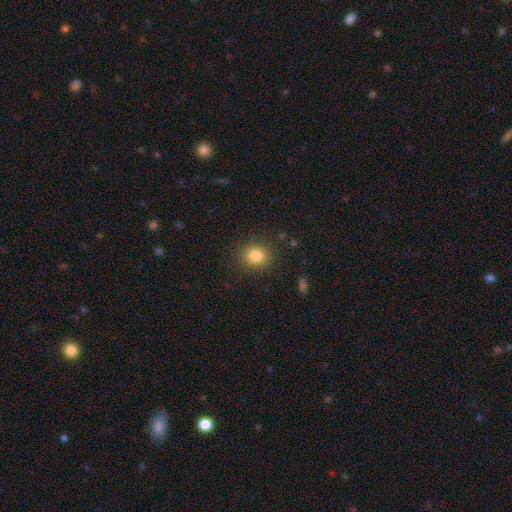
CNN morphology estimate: Smooth or featured: smooth — 82% (star or artifact — 11%)
How rounded: round — 79% (in between — 20%)
Merging: none — 89% (minor disturbance — 7%)